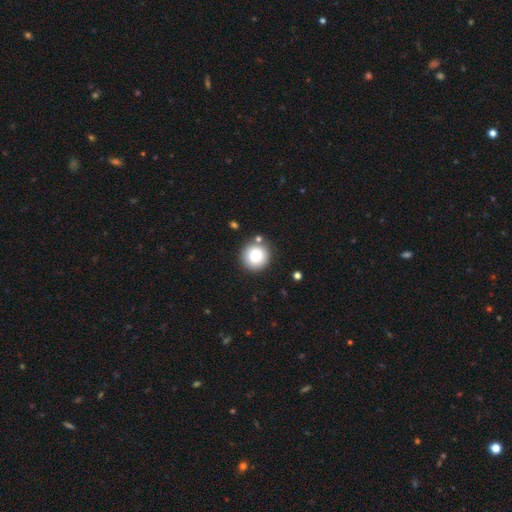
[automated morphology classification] Overall: smooth (83%). How rounded: round (94%). Merging: none (85%).